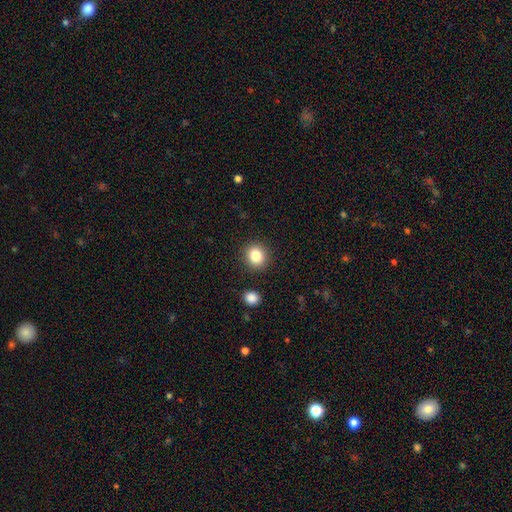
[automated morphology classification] The model was most divided on "how rounded": round: 83%, in between: 17%, cigar-shaped: 1%. More confident: merging — none (89%); smooth or featured — smooth (83%).